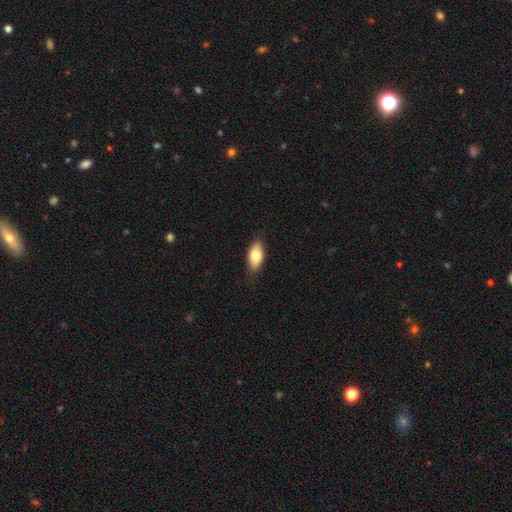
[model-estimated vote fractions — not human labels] Smooth or featured? smooth (77%)
How rounded? in between (89%)
Merging? none (83%)